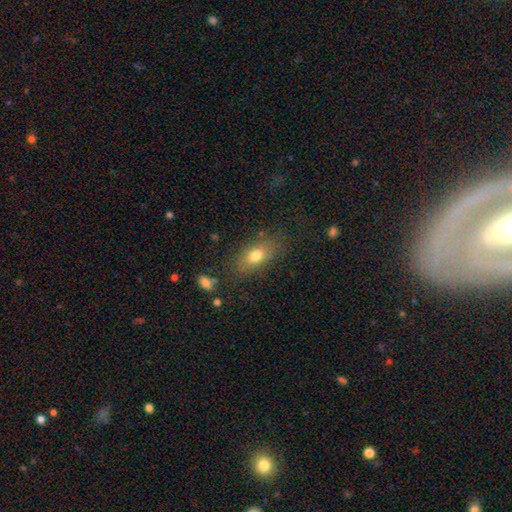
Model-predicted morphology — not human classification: This appears to be a smooth galaxy with no disk features (75%) that is in between round and cigar-shaped (83%). Merging: none (76%).